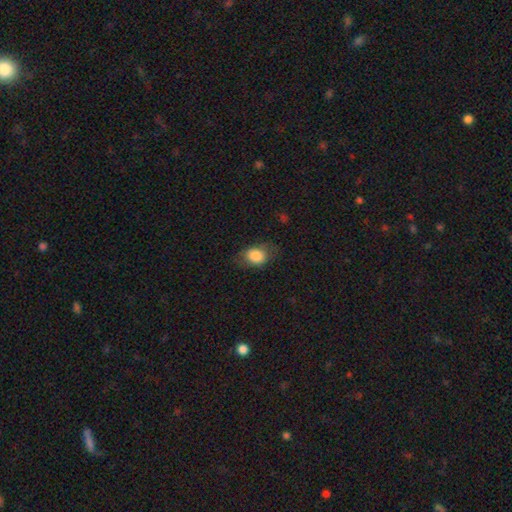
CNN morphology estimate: Smooth or featured? smooth (83%)
How rounded? in between (65%)
Merging? none (68%)